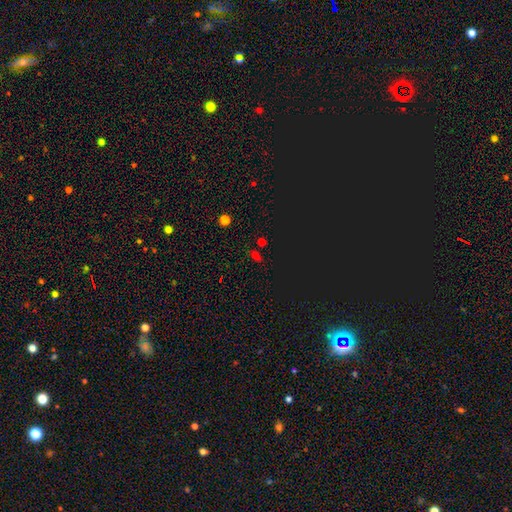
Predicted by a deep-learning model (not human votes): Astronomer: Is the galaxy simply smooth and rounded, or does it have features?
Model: star or artifact — 49% (runner-up: smooth, 44%).